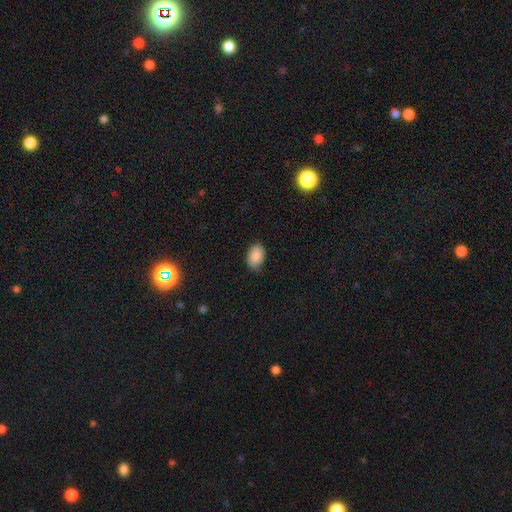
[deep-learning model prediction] smooth_or_featured: smooth (p=0.89) [alt: star or artifact p=0.08]
how_rounded: in between (p=0.87) [alt: round p=0.12]
merging: none (p=0.80) [alt: minor disturbance p=0.16]